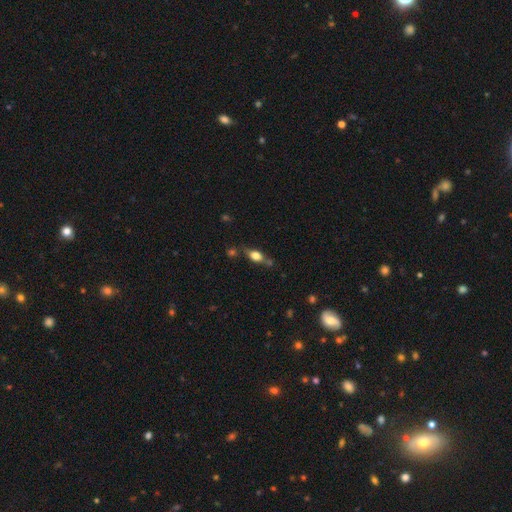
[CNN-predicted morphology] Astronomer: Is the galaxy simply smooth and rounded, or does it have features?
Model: smooth — 64%.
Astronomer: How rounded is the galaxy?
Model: in between — 71%.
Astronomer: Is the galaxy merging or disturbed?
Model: none — 60%.